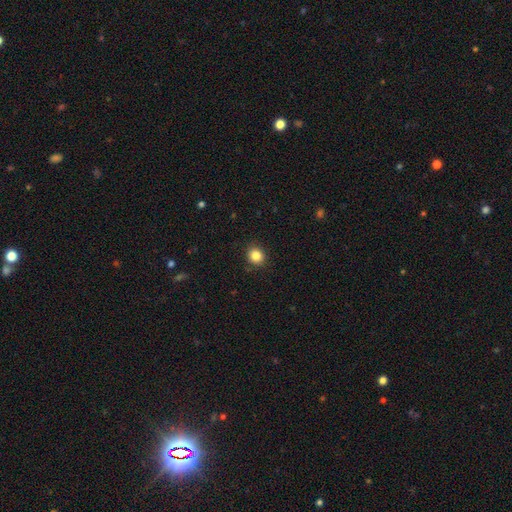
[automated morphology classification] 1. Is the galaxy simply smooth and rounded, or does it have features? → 85% smooth, 11% star or artifact, 5% featured or disk.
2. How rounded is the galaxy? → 82% round, 18% in between, 1% cigar-shaped.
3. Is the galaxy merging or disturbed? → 90% none, 7% minor disturbance, 2% major disturbance, 1% merger.